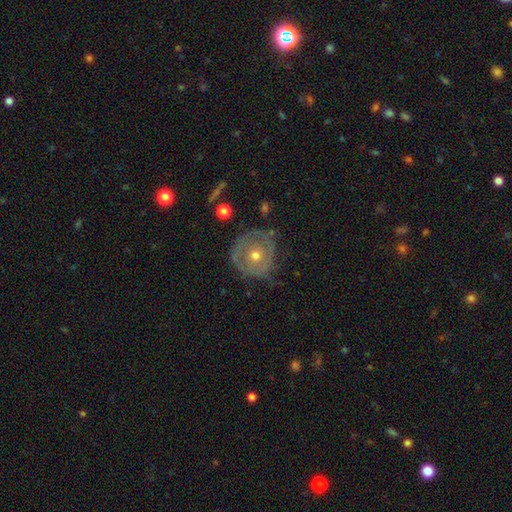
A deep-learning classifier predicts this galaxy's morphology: The model was most divided on "spiral arms": no: 59%, yes: 41%. More confident: edge-on disk — no (96%); bar — no (90%); merging — none (66%); smooth or featured — featured or disk (63%); bulge size — moderate (61%).